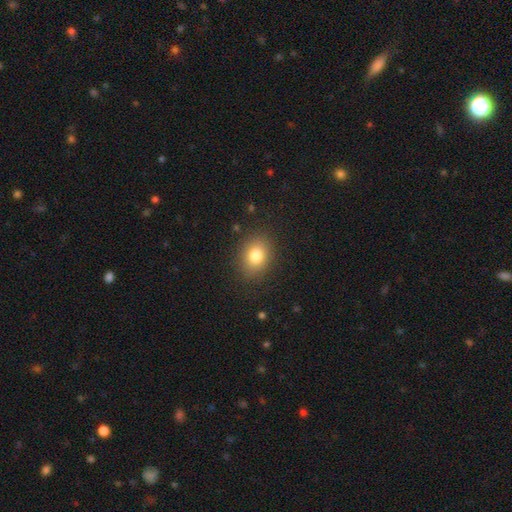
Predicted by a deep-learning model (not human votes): smooth-or-featured: smooth: 80% | star or artifact: 11% | featured or disk: 9%
  how-rounded: in between: 56% | round: 43% | cigar-shaped: 1%
  merging: none: 86% | minor disturbance: 9% | major disturbance: 3% | merger: 1%